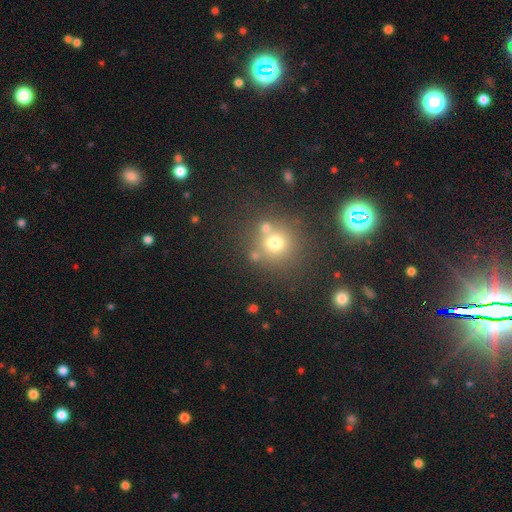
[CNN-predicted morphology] smooth 63%, star or artifact 26%, featured or disk 11%. Down the decision tree: how rounded — round (91%); merging — none (69%).